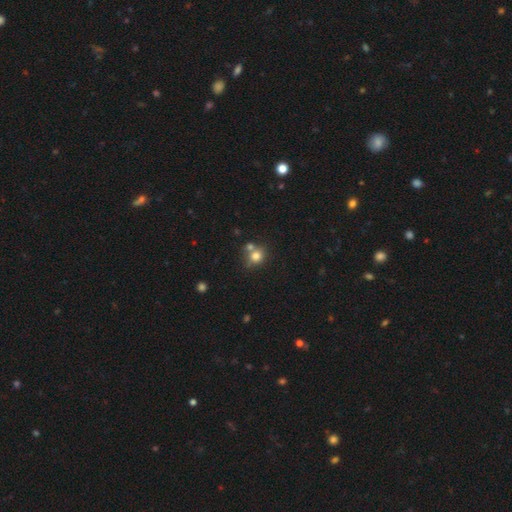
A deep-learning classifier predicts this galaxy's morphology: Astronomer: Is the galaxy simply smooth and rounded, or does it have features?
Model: smooth — 78%.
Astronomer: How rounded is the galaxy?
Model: round — 78%.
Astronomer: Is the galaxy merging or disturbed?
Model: none — 53% (runner-up: merger, 31%).